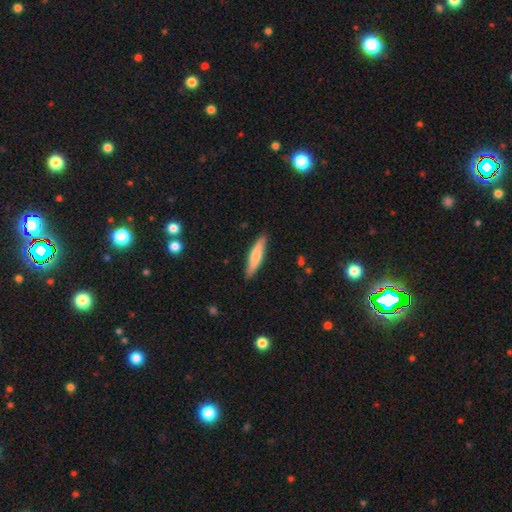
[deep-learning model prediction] Overall: smooth (71%). How rounded: cigar-shaped (83%). Merging: none (87%).